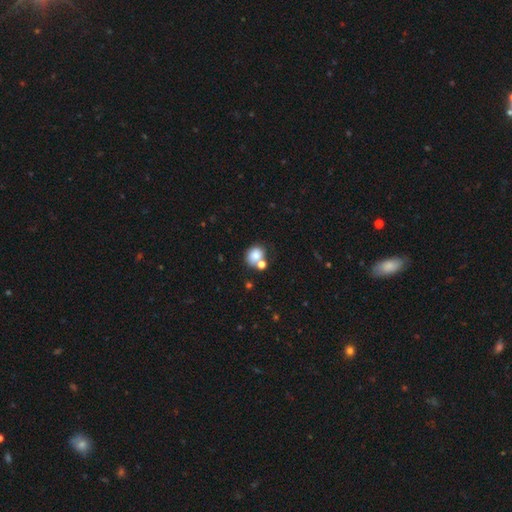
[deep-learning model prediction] Smooth or featured? smooth (78%)
How rounded? round (64%)
Merging? none (46%)